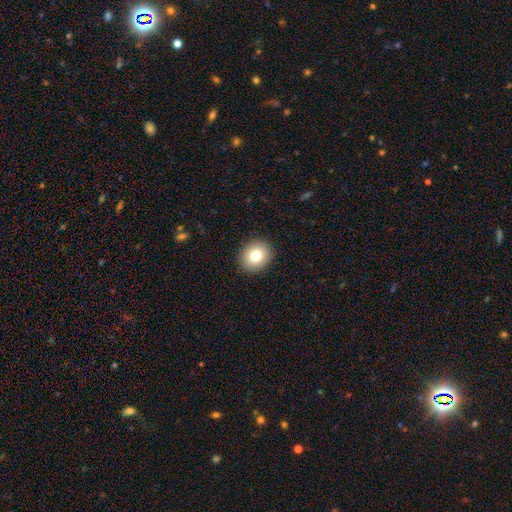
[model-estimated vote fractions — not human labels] Smooth or featured?
  - smooth: 79% *
  - featured or disk: 11%
  - star or artifact: 10%
How rounded?
  - round: 68% *
  - in between: 31%
  - cigar-shaped: 1%
Merging?
  - none: 91% *
  - minor disturbance: 6%
  - major disturbance: 2%
  - merger: 1%